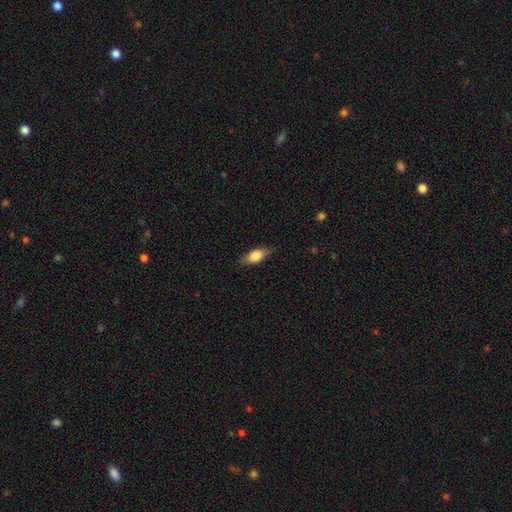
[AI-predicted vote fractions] A smooth galaxy with no disk features (74%) that is in between round and cigar-shaped (80%).

Vote fractions:
- Smooth or featured? smooth: 74% / featured or disk: 19% / star or artifact: 7%
- How rounded? in between: 80% / cigar-shaped: 15% / round: 5%
- Merging? none: 80% / minor disturbance: 15% / major disturbance: 3% / merger: 1%